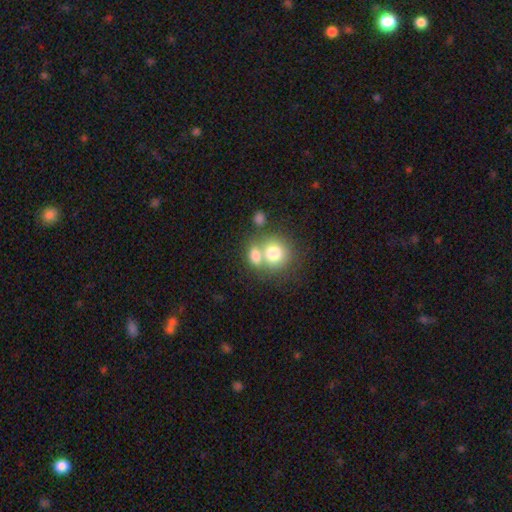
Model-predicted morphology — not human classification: type=smooth (75%); roundness=round (63%); merging=merger (54%).